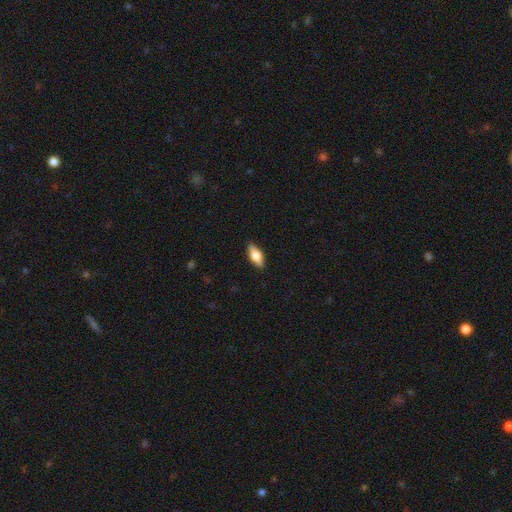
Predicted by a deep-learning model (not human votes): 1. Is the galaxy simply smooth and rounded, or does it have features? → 64% smooth, 30% featured or disk, 7% star or artifact.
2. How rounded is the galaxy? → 77% in between, 20% cigar-shaped, 3% round.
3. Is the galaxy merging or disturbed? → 87% none, 10% minor disturbance, 2% major disturbance, 1% merger.